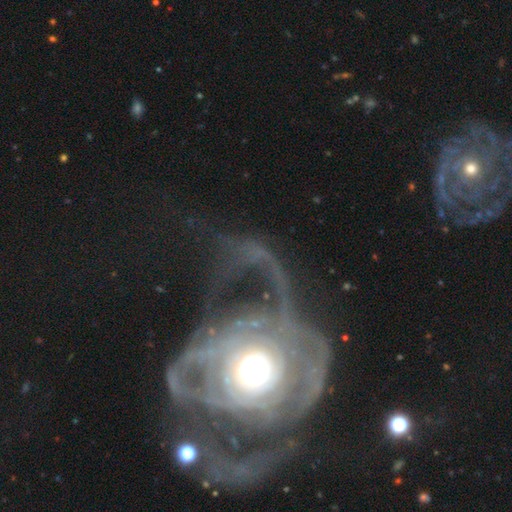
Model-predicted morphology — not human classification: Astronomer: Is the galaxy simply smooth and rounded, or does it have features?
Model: featured or disk — 74%.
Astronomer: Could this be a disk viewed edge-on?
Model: no — 93%.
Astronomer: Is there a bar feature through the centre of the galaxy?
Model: no — 80%.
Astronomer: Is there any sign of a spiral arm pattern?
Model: yes — 58% (runner-up: no, 42%).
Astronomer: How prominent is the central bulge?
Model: moderate — 62%.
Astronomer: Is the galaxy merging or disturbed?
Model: major disturbance — 55%.